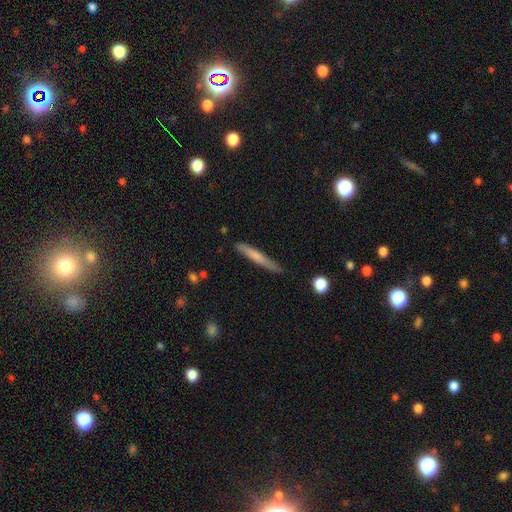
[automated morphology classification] Smooth or featured: smooth — 61% (featured or disk — 33%)
How rounded: cigar-shaped — 95% (in between — 3%)
Merging: none — 83% (minor disturbance — 13%)